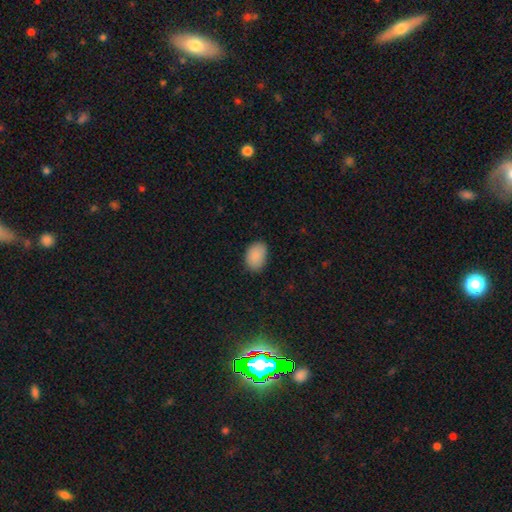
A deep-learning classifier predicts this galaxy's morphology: Smooth or featured: smooth — 89% (star or artifact — 7%)
How rounded: in between — 84% (round — 15%)
Merging: none — 82% (minor disturbance — 14%)